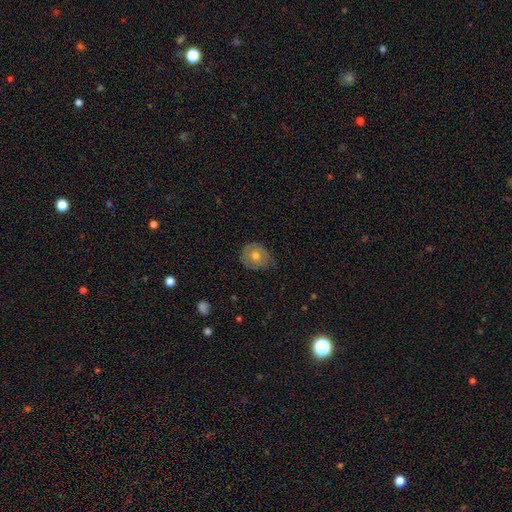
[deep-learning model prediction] smooth 55%, featured or disk 36%, star or artifact 9%. Down the decision tree: how rounded — round (73%); merging — none (67%).